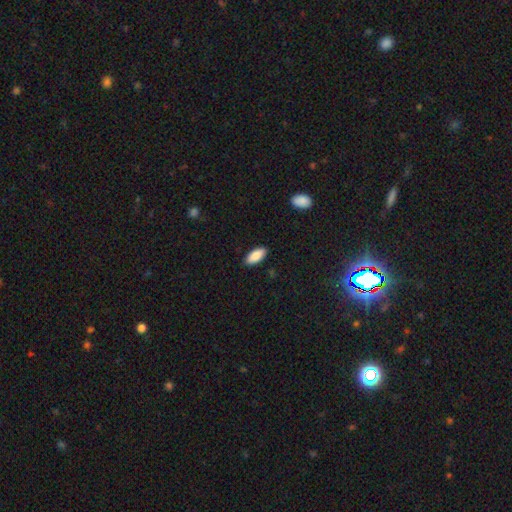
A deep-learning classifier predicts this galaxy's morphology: smooth 87%, featured or disk 7%, star or artifact 6%. Down the decision tree: how rounded — in between (86%); merging — none (89%).